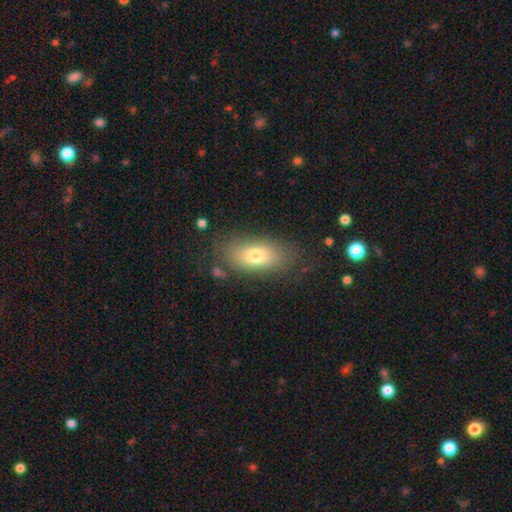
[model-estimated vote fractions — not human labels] Morphology: type=smooth (73%); roundness=in between (86%); merging=none (77%).